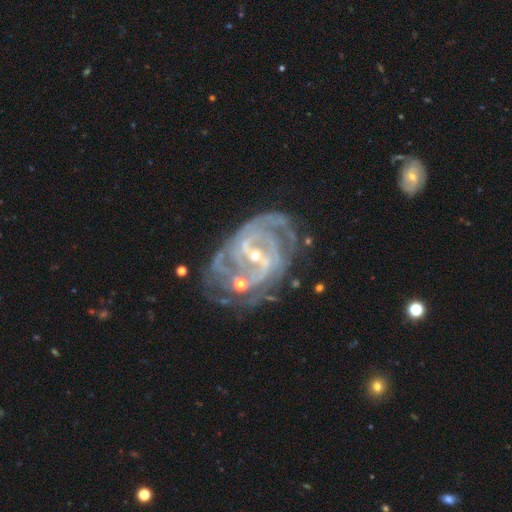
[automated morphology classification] type=featured or disk (91%); edge-on=no (97%); bar=strong (44%); spiral arms=yes (97%); winding=tight (50%); arm count=2 (33%); bulge=small (78%); merging=none (58%).